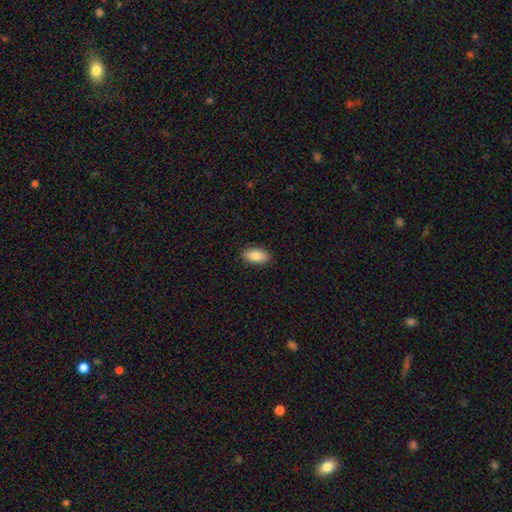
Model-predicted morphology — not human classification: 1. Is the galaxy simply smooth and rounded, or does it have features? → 84% smooth, 9% featured or disk, 7% star or artifact.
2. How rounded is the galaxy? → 91% in between, 6% cigar-shaped, 3% round.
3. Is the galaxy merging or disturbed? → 88% none, 9% minor disturbance, 2% major disturbance, 1% merger.